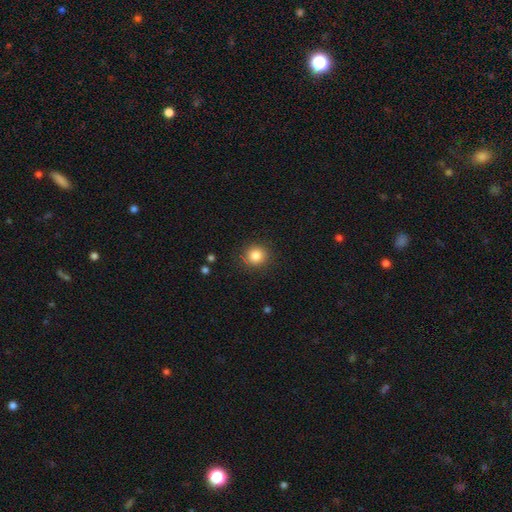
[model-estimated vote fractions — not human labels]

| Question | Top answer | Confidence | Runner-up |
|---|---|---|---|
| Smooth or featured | smooth | 84% | star or artifact (11%) |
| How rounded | round | 90% | in between (9%) |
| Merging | none | 89% | minor disturbance (8%) |